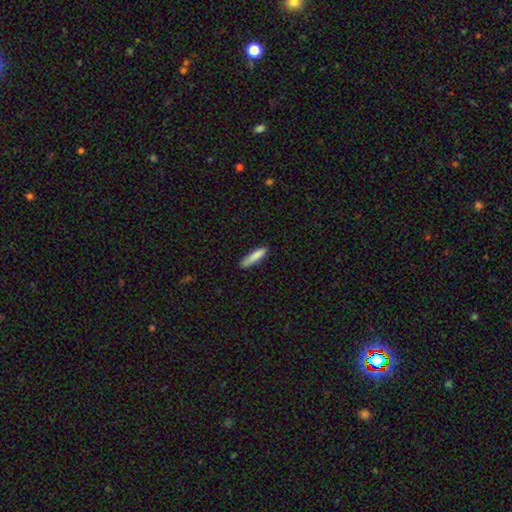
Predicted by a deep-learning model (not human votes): Morphology: type=smooth (84%); roundness=cigar-shaped (79%); merging=none (79%).